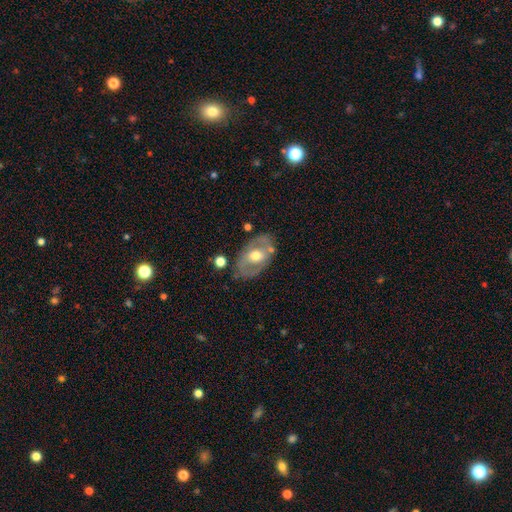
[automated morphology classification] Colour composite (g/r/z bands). It shows a featured or disk galaxy (62%) with no bar (57%), no spiral arms (68%) and a moderate central bulge (73%). Merging: none (73%).